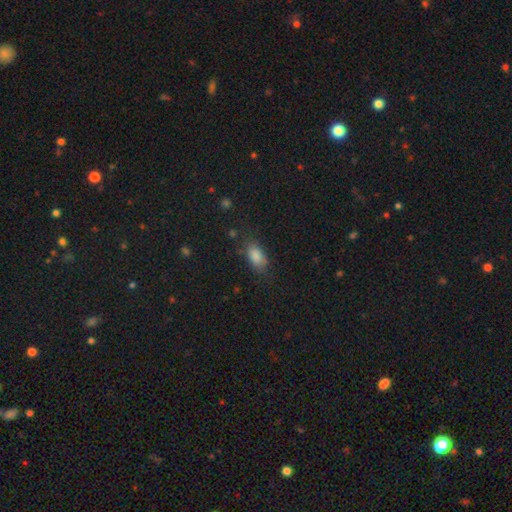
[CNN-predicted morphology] smooth_or_featured: smooth (p=0.83) [alt: star or artifact p=0.10]
how_rounded: in between (p=0.89) [alt: cigar-shaped p=0.06]
merging: none (p=0.75) [alt: minor disturbance p=0.17]